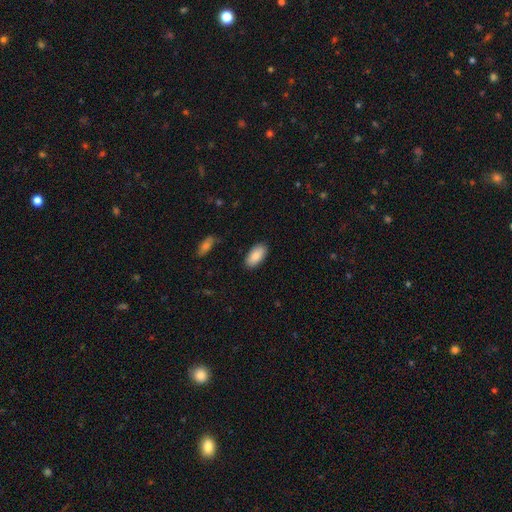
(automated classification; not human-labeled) A smooth galaxy with no disk features (88%) that is in between round and cigar-shaped (93%). Merging: none (87%).